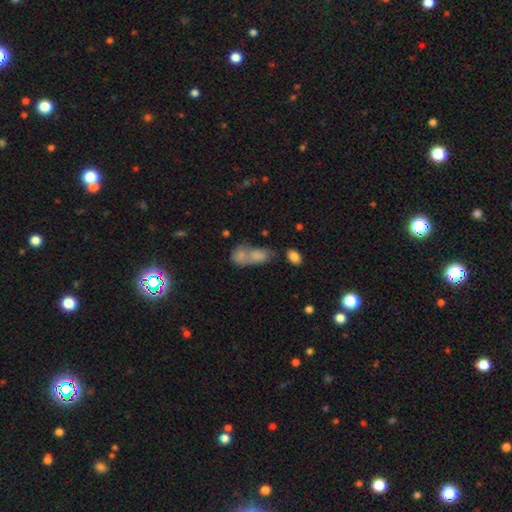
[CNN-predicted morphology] Smooth or featured: smooth — 74% (featured or disk — 16%)
How rounded: in between — 81% (round — 11%)
Merging: merger — 56% (none — 25%)